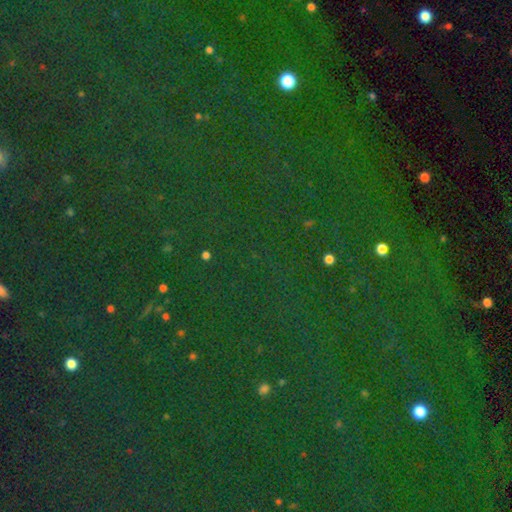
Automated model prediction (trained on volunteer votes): Q: Smooth or featured?
A: star or artifact (81%); runner-up: smooth (11%)